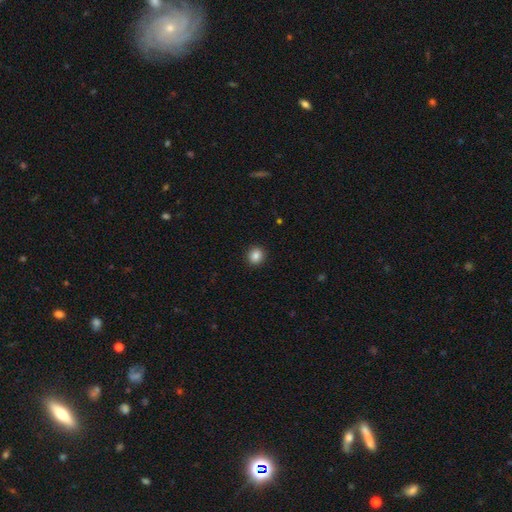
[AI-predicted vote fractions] Smooth or featured?
  - smooth: 85% *
  - star or artifact: 10%
  - featured or disk: 5%
How rounded?
  - round: 88% *
  - in between: 11%
  - cigar-shaped: 1%
Merging?
  - none: 93% *
  - minor disturbance: 5%
  - major disturbance: 2%
  - merger: 1%